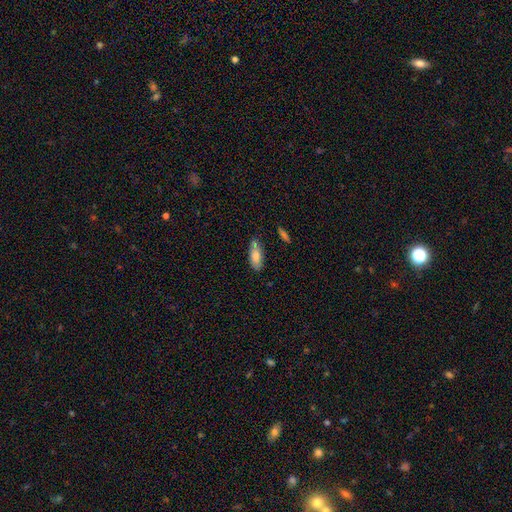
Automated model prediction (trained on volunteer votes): smooth_or_featured: smooth (p=0.78) [alt: featured or disk p=0.15]
how_rounded: in between (p=0.74) [alt: cigar-shaped p=0.24]
merging: none (p=0.63) [alt: minor disturbance p=0.21]